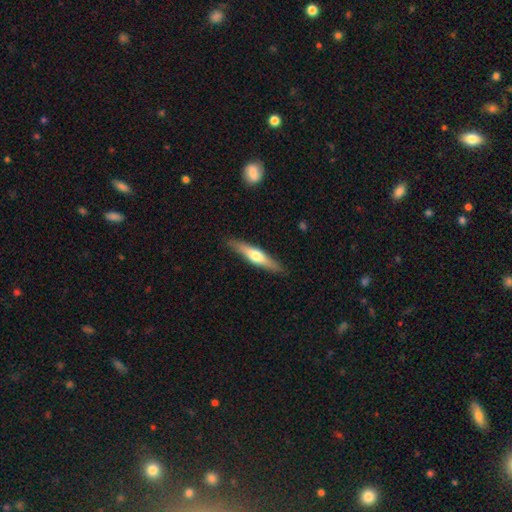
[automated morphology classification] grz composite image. It shows a featured or disk galaxy (52%) viewed edge-on (94%). Merging: none (89%).